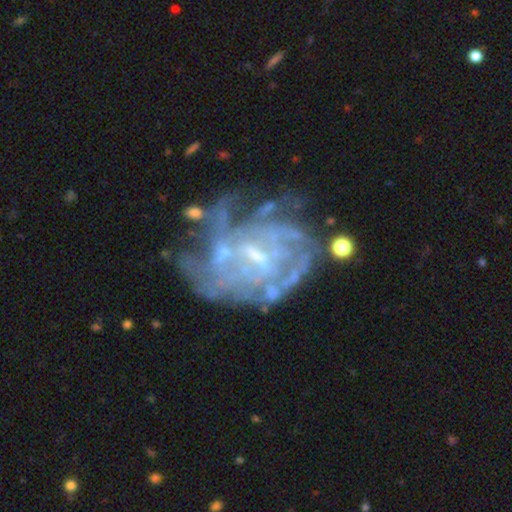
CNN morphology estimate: Smooth or featured?
  - featured or disk: 84% *
  - star or artifact: 9%
  - smooth: 8%
Edge-on disk?
  - no: 98% *
  - yes: 2%
Bar?
  - weak: 54% *
  - no: 29%
  - strong: 17%
Spiral arms?
  - yes: 80% *
  - no: 20%
Spiral winding?
  - tight: 56% *
  - medium: 33%
  - loose: 12%
Spiral arm count?
  - can't tell: 48% *
  - 4: 17%
  - 3: 11%
  - more than 4: 9%
  - 2: 9%
  - 1: 6%
Bulge size?
  - small: 57% *
  - moderate: 23%
  - none: 18%
  - large: 2%
  - dominant: 1%
Merging?
  - none: 46% *
  - major disturbance: 24%
  - minor disturbance: 22%
  - merger: 9%